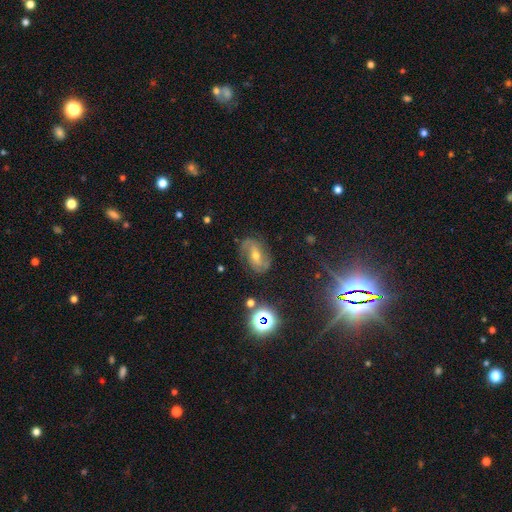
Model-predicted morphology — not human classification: Overall: featured or disk (71%). Edge-on disk: no (96%). Bar: weak (41%; no 30%). Spiral arms: yes (92%). Spiral arm count: 2 (80%). Spiral winding: medium (48%; tight 27%). Bulge size: moderate (60%; small 35%). Merging: none (74%).